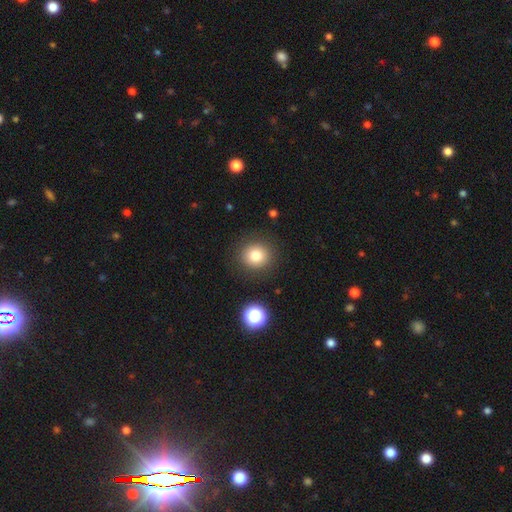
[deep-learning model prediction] The model was most divided on "smooth or featured": smooth: 79%, star or artifact: 13%, featured or disk: 8%. More confident: how rounded — round (90%); merging — none (89%).